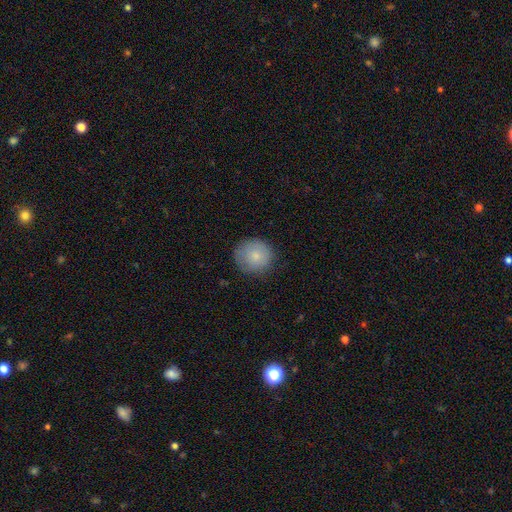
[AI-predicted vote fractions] Smooth or featured? smooth (81%)
How rounded? round (92%)
Merging? none (81%)